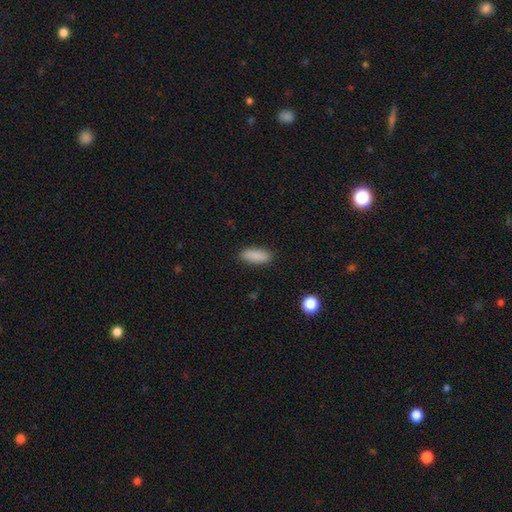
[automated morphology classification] Smooth or featured?
  - smooth: 88% *
  - star or artifact: 8%
  - featured or disk: 4%
How rounded?
  - in between: 74% *
  - cigar-shaped: 24%
  - round: 2%
Merging?
  - none: 87% *
  - minor disturbance: 9%
  - major disturbance: 2%
  - merger: 1%